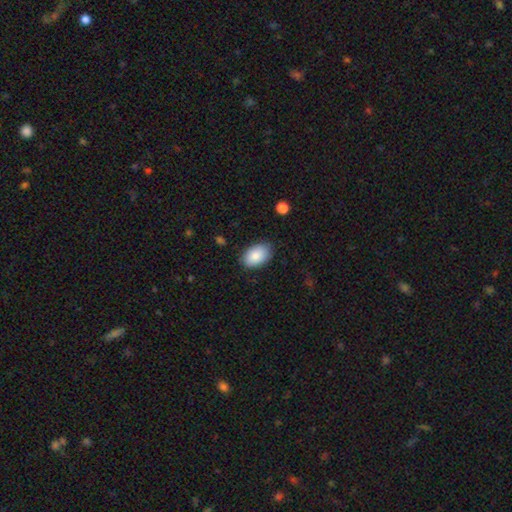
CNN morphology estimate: Smooth or featured: smooth — 87% (star or artifact — 6%)
How rounded: in between — 90% (round — 9%)
Merging: none — 83% (minor disturbance — 13%)